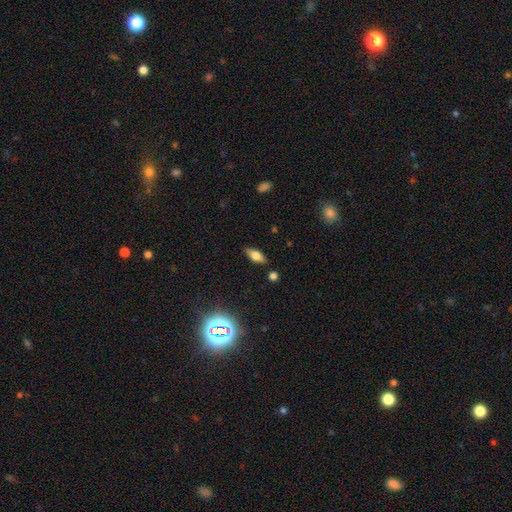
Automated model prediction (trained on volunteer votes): The model was most divided on "smooth or featured": smooth: 60%, featured or disk: 29%, star or artifact: 11%. More confident: merging — none (84%); how rounded — in between (76%).